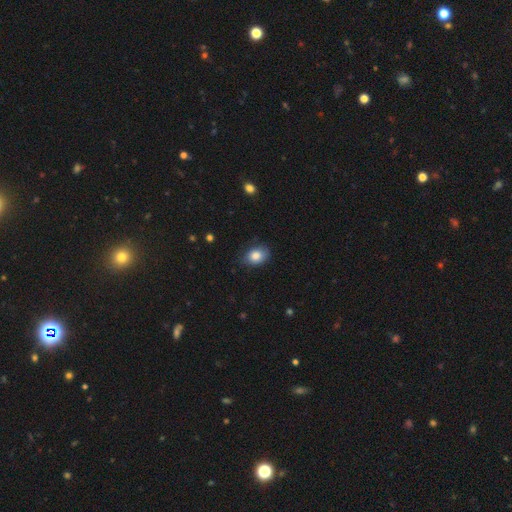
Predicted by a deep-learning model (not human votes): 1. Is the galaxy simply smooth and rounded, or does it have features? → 84% smooth, 8% star or artifact, 8% featured or disk.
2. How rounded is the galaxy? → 70% in between, 29% round, 1% cigar-shaped.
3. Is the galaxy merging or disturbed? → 75% none, 20% minor disturbance, 4% major disturbance, 1% merger.